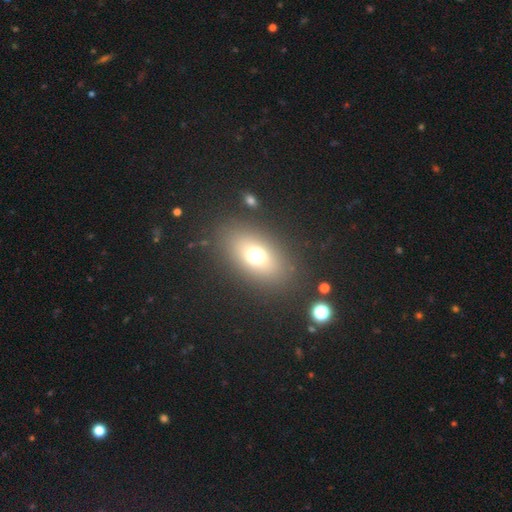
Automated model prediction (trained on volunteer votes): smooth_or_featured: smooth (p=0.65) [alt: featured or disk p=0.18]
how_rounded: in between (p=0.73) [alt: round p=0.24]
merging: none (p=0.84) [alt: minor disturbance p=0.08]